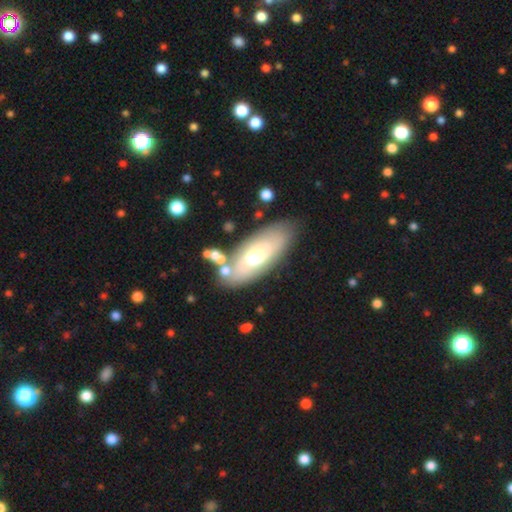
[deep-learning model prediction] smooth_or_featured: featured or disk (p=0.53) [alt: smooth p=0.41]
disk_edge_on: no (p=0.81) [alt: yes p=0.19]
merging: none (p=0.70) [alt: minor disturbance p=0.16]